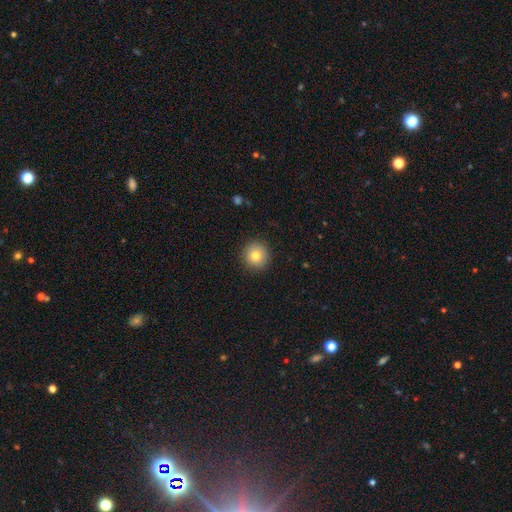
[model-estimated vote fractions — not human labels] smooth 79%, featured or disk 11%, star or artifact 10%. Down the decision tree: how rounded — round (95%); merging — none (92%).